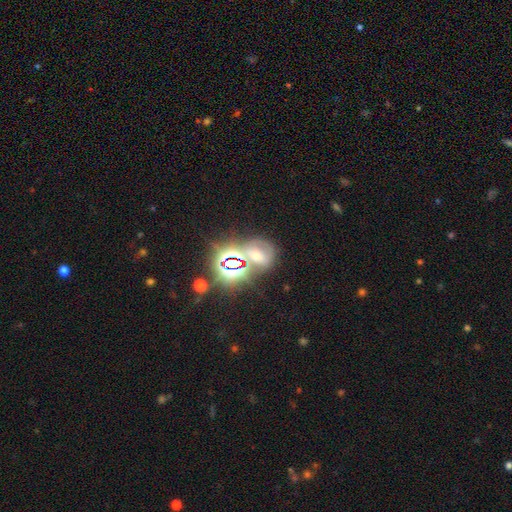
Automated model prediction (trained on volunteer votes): This appears to be a star or artifact, not a galaxy (48%).